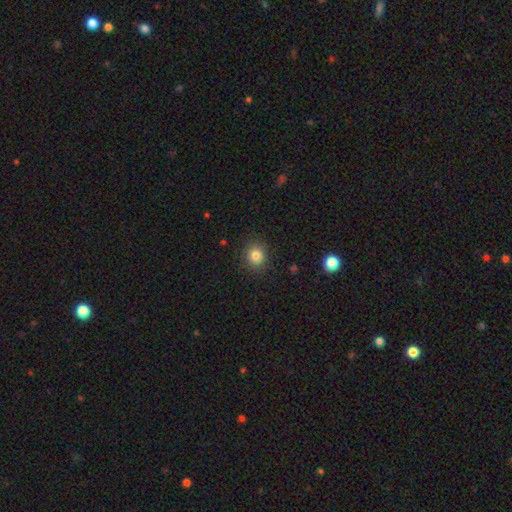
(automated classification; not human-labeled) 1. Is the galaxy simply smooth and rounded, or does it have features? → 84% smooth, 11% star or artifact, 5% featured or disk.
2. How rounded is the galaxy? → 83% round, 17% in between, 1% cigar-shaped.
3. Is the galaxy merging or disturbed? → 88% none, 8% minor disturbance, 3% major disturbance, 1% merger.